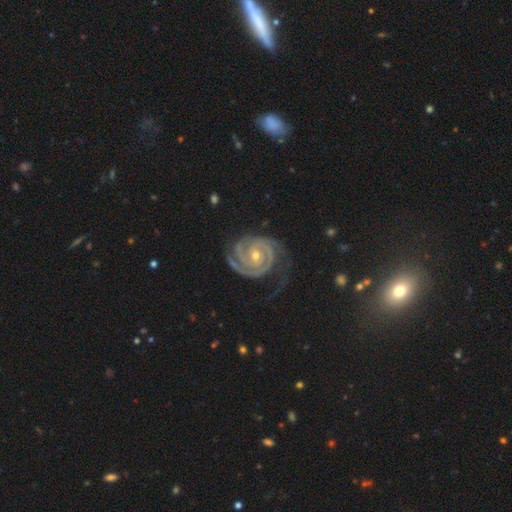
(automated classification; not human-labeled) Smooth or featured?
  - featured or disk: 94% *
  - star or artifact: 4%
  - smooth: 3%
Edge-on disk?
  - no: 98% *
  - yes: 2%
Bar?
  - no: 62% *
  - weak: 24%
  - strong: 13%
Spiral arms?
  - yes: 99% *
  - no: 1%
Spiral winding?
  - tight: 82% *
  - medium: 15%
  - loose: 2%
Spiral arm count?
  - 2: 61% *
  - 3: 22%
  - can't tell: 5%
  - 4: 5%
  - more than 4: 4%
  - 1: 4%
Bulge size?
  - small: 56% *
  - moderate: 42%
  - large: 1%
  - none: 1%
  - dominant: 1%
Merging?
  - none: 72% *
  - minor disturbance: 19%
  - major disturbance: 7%
  - merger: 2%